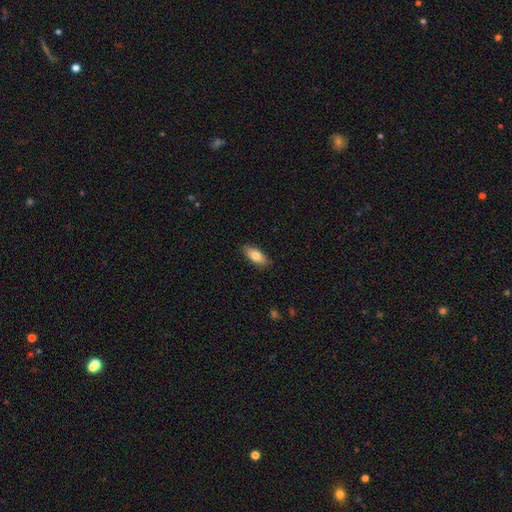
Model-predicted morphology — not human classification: type=smooth (78%); roundness=in between (83%); merging=none (88%).